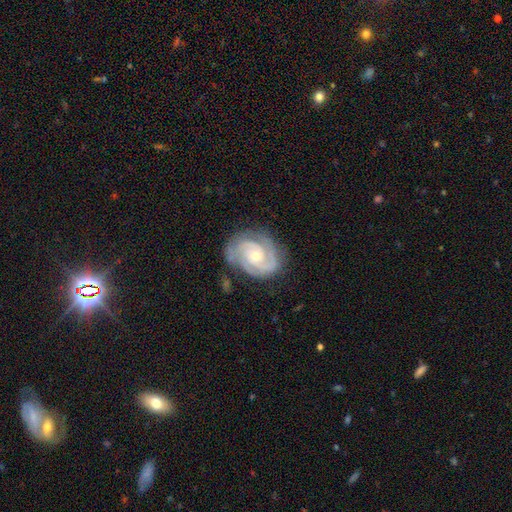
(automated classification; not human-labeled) Smooth or featured? featured or disk (89%)
Edge-on disk? no (98%)
Bar? no (66%)
Spiral arms? yes (98%)
Spiral winding? tight (66%)
Spiral arm count? 2 (61%)
Bulge size? small (56%)
Merging? none (75%)